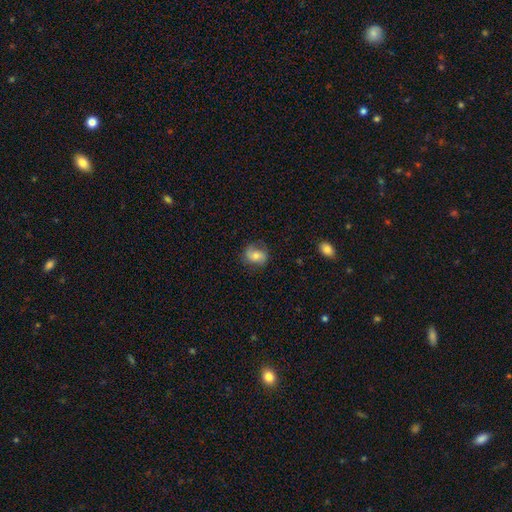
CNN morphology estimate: Overall: smooth (67%). How rounded: in between (50%; round 48%). Merging: none (70%).